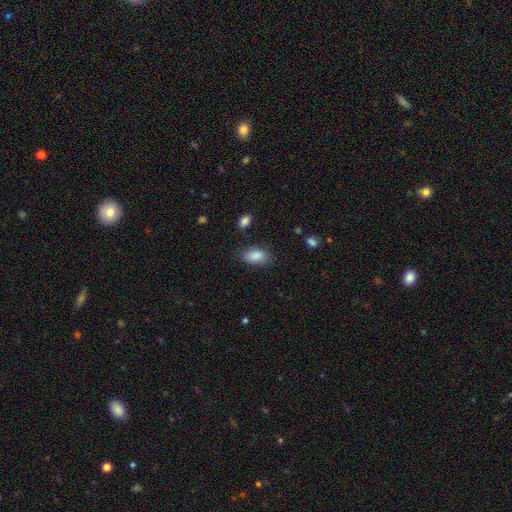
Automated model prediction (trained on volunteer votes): Q: Smooth or featured?
A: smooth (88%); runner-up: star or artifact (7%)
Q: How rounded?
A: in between (92%); runner-up: round (5%)
Q: Merging?
A: none (80%); runner-up: minor disturbance (14%)